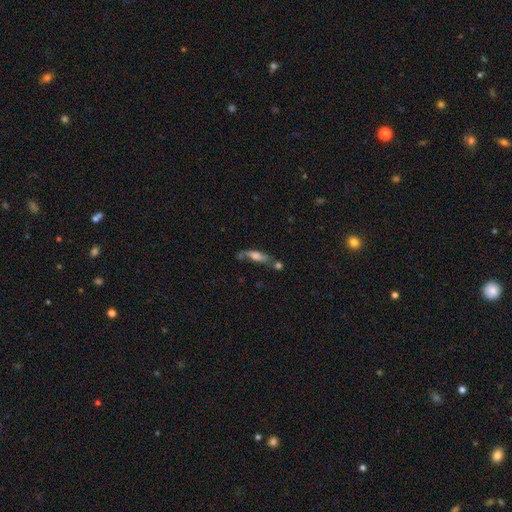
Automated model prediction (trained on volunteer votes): This appears to be a smooth galaxy with no disk features (47%). Merging: none (42%).